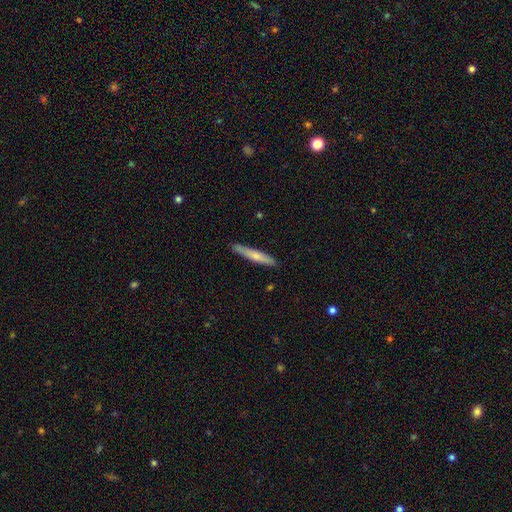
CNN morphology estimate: Smooth or featured: smooth — 63% (featured or disk — 32%)
How rounded: cigar-shaped — 94% (in between — 5%)
Merging: none — 88% (minor disturbance — 9%)